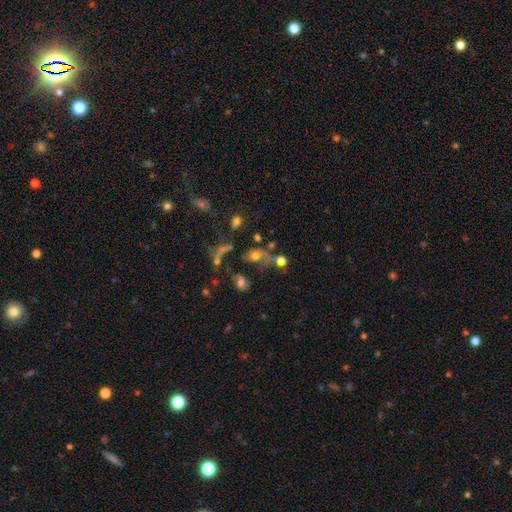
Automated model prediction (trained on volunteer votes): Overall: smooth (52%; featured or disk 28%). How rounded: in between (61%; round 33%). Merging: merger (30%; none 28%).